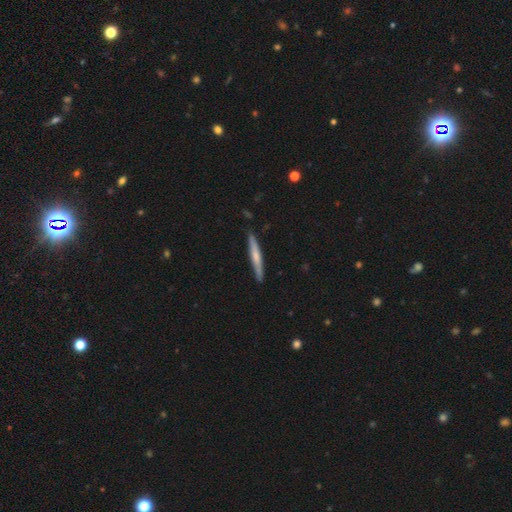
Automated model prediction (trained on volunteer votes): Smooth or featured? Predicted: smooth (p=0.52). How rounded? Predicted: cigar-shaped (p=0.96). Merging? Predicted: none (p=0.88).